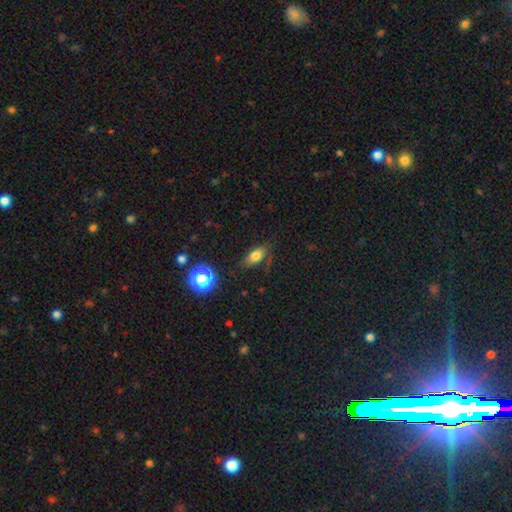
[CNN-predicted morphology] This appears to be a smooth galaxy with no disk features (75%) that is in between round and cigar-shaped (82%). Merging: none (71%).